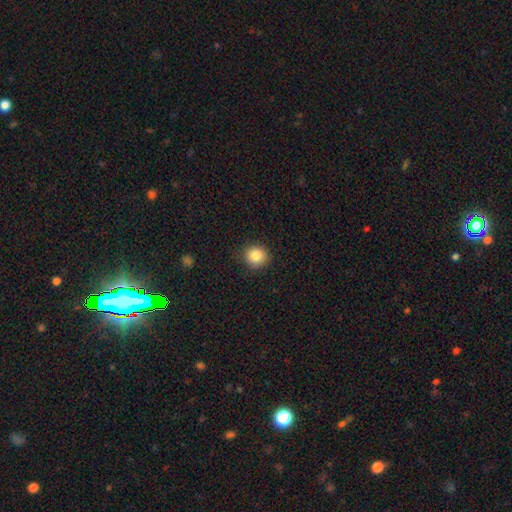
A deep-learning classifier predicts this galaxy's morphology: Smooth or featured: smooth — 84% (star or artifact — 10%)
How rounded: round — 90% (in between — 9%)
Merging: none — 89% (minor disturbance — 8%)